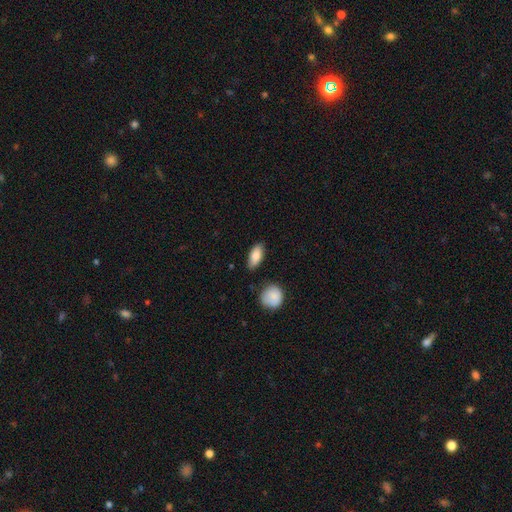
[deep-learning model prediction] smooth 84%, featured or disk 10%, star or artifact 6%. Down the decision tree: how rounded — in between (85%); merging — none (80%).